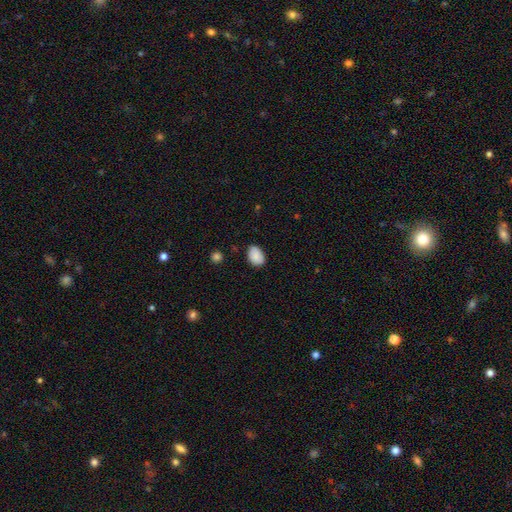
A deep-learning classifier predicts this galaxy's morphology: A smooth galaxy with no disk features (86%) that is in between round and cigar-shaped (81%). Merging: none (76%).